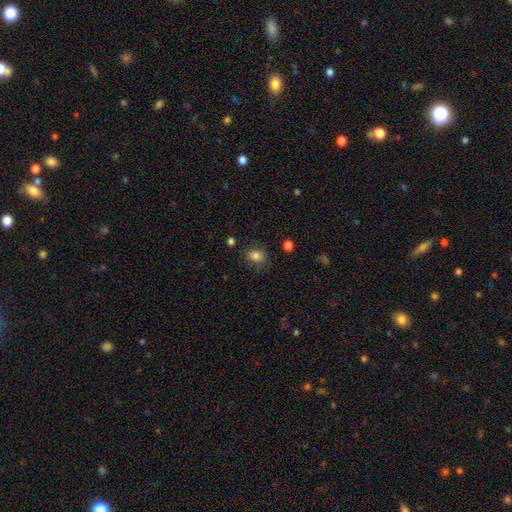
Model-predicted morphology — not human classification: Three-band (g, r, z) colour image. It shows a smooth galaxy with no disk features (82%) that is in between round and cigar-shaped (62%). Merging: none (75%).